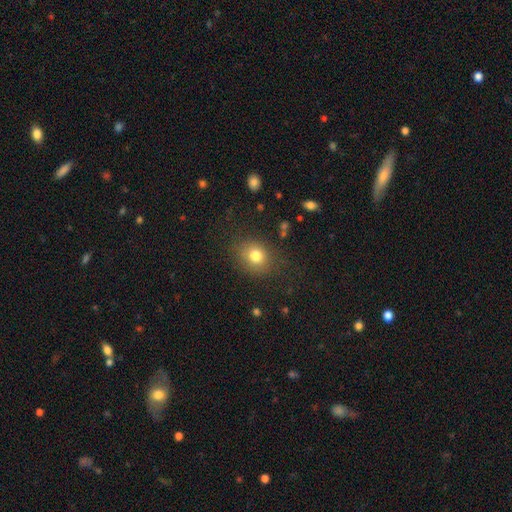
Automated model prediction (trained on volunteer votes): A smooth galaxy with no disk features (78%) that is round (65%).

Vote fractions:
- Smooth or featured? smooth: 78% / star or artifact: 13% / featured or disk: 9%
- How rounded? round: 65% / in between: 34% / cigar-shaped: 1%
- Merging? none: 81% / minor disturbance: 12% / major disturbance: 5% / merger: 1%